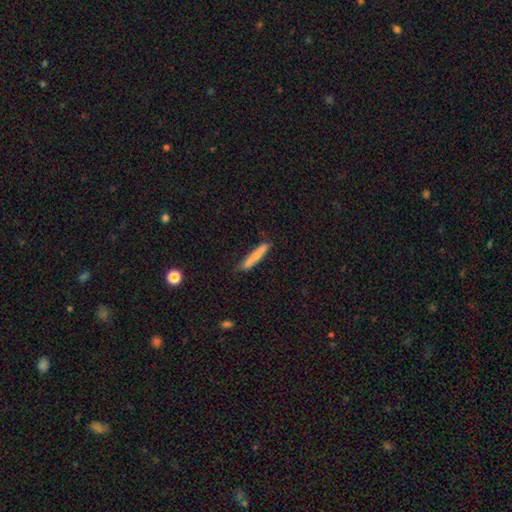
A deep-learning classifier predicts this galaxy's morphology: Smooth or featured: smooth — 69% (featured or disk — 25%)
How rounded: cigar-shaped — 92% (in between — 7%)
Merging: none — 83% (minor disturbance — 13%)